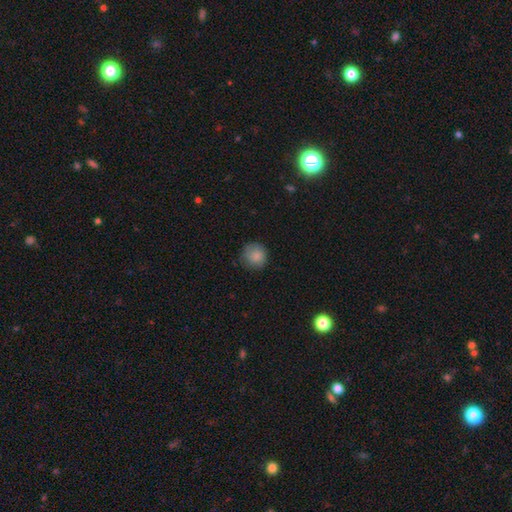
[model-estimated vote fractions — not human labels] smooth 85%, star or artifact 8%, featured or disk 6%. Down the decision tree: how rounded — round (92%); merging — none (79%).